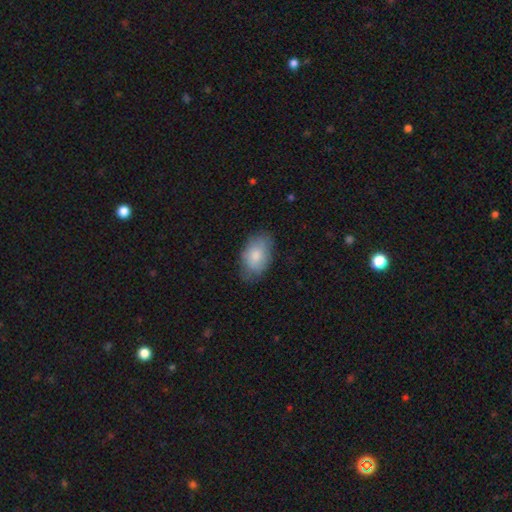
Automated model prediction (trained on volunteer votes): A smooth galaxy with no disk features (78%) that is in between round and cigar-shaped (90%).

Vote fractions:
- Smooth or featured? smooth: 78% / featured or disk: 16% / star or artifact: 6%
- How rounded? in between: 90% / round: 8% / cigar-shaped: 1%
- Merging? none: 69% / minor disturbance: 24% / major disturbance: 6% / merger: 1%